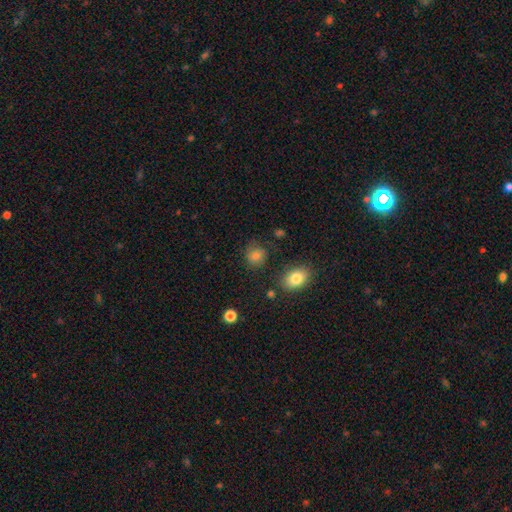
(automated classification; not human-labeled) The model was most divided on "how rounded": round: 68%, in between: 30%, cigar-shaped: 1%. More confident: smooth or featured — smooth (77%); merging — none (75%).